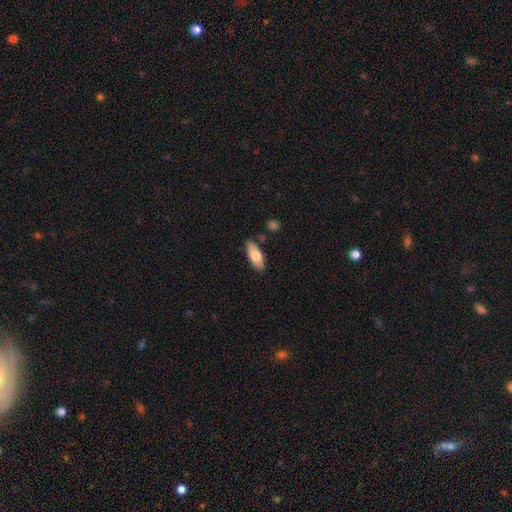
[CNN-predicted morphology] Smooth or featured? Predicted: smooth (p=0.73). How rounded? Predicted: in between (p=0.83). Merging? Predicted: none (p=0.83).